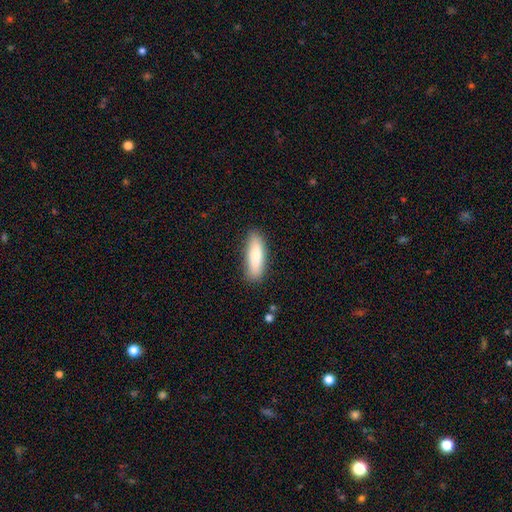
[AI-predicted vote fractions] Q: Smooth or featured?
A: smooth (78%); runner-up: featured or disk (16%)
Q: How rounded?
A: cigar-shaped (51%); runner-up: in between (47%)
Q: Merging?
A: none (85%); runner-up: minor disturbance (11%)